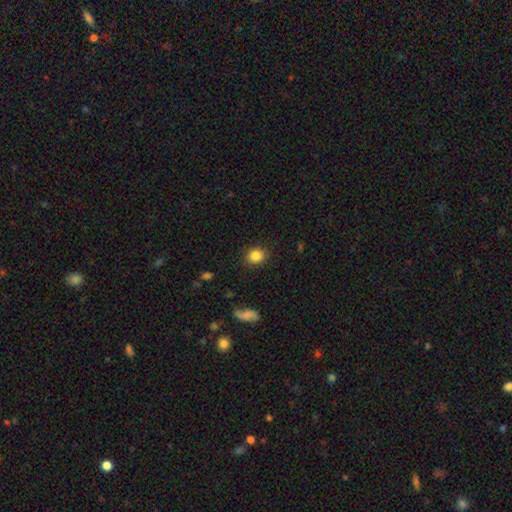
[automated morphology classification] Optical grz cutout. It shows a smooth galaxy with no disk features (85%) that is round (66%). Merging: none (87%).